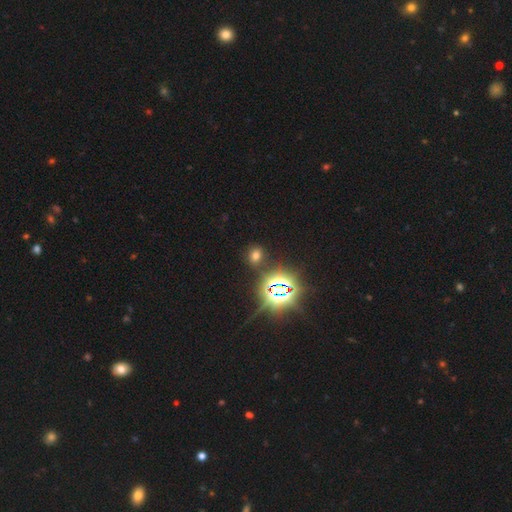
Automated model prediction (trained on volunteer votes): smooth_or_featured: smooth (p=0.52) [alt: star or artifact p=0.40]
how_rounded: round (p=0.58) [alt: in between p=0.40]
merging: none (p=0.82) [alt: minor disturbance p=0.09]